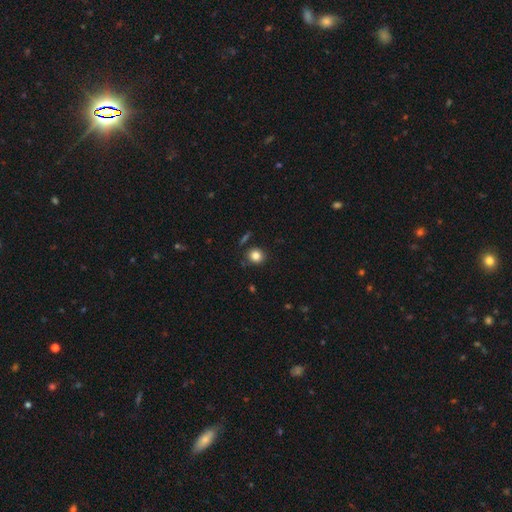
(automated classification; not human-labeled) Overall: smooth (84%). How rounded: round (84%). Merging: none (86%).